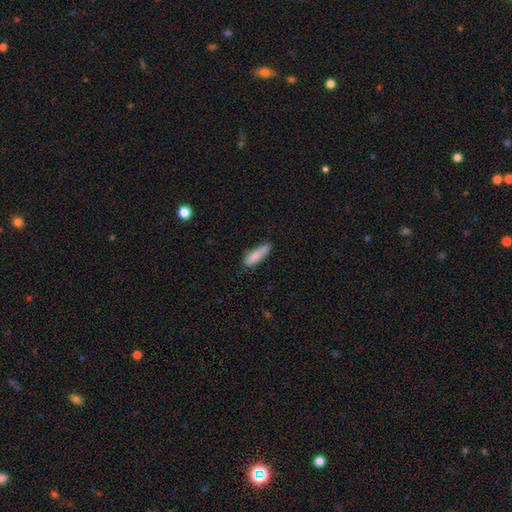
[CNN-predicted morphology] smooth_or_featured: smooth (p=0.82) [alt: featured or disk p=0.11]
how_rounded: cigar-shaped (p=0.66) [alt: in between p=0.32]
merging: none (p=0.72) [alt: minor disturbance p=0.22]